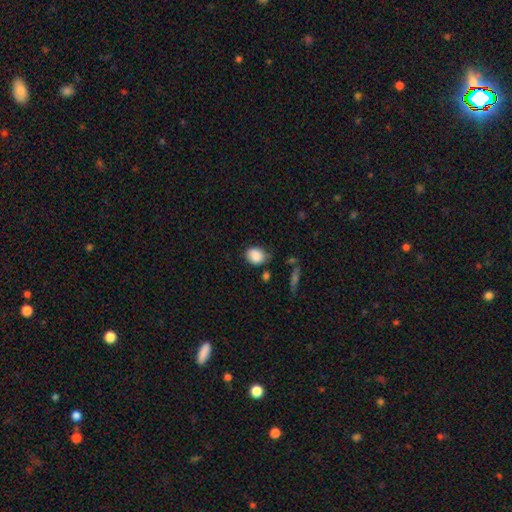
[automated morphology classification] This is clearly a smooth galaxy (87%). How rounded: possibly in between (50%). Merging: likely none (66%).